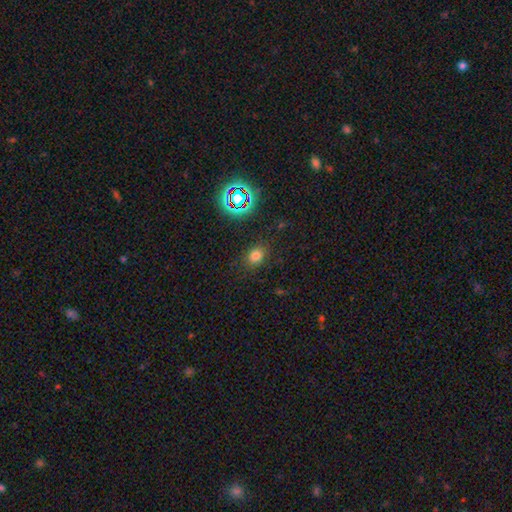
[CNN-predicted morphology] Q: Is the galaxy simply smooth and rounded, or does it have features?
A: smooth — 71%.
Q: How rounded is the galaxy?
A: round — 52%.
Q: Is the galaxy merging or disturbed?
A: none — 81%.